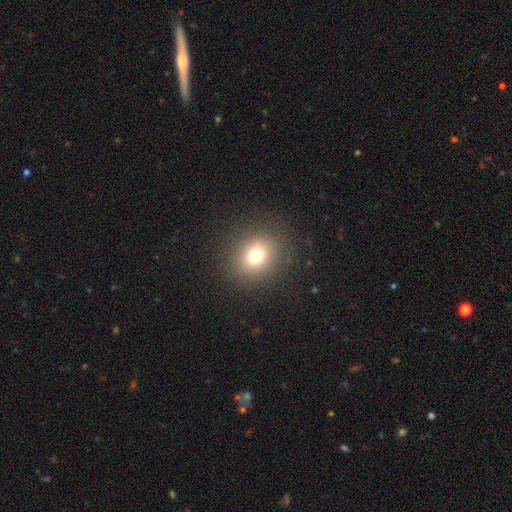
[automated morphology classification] Smooth or featured? Predicted: smooth (p=0.73). How rounded? Predicted: round (p=0.73). Merging? Predicted: none (p=0.87).